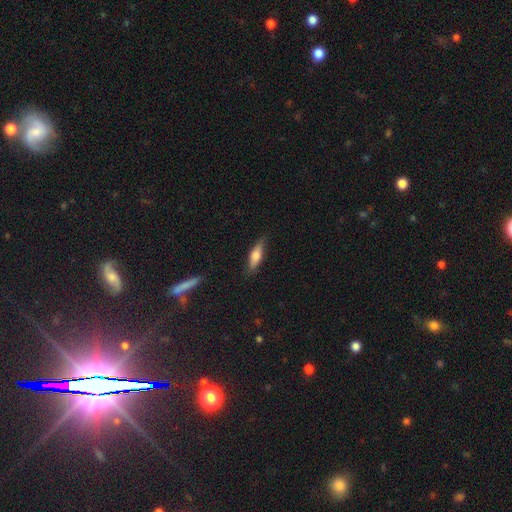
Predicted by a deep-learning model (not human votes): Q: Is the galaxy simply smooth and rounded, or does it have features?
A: smooth — 63%.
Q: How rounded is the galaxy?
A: cigar-shaped — 50%.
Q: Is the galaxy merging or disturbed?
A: none — 78%.